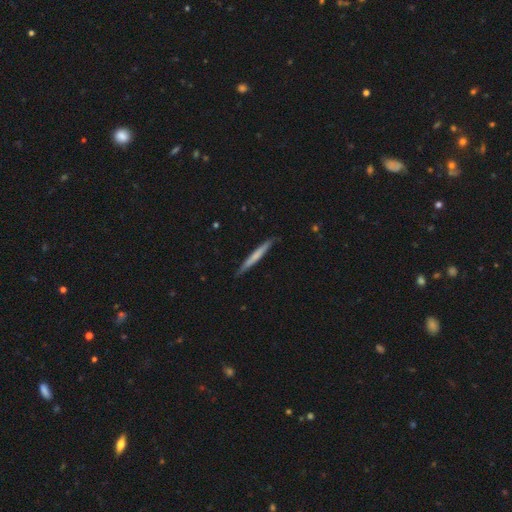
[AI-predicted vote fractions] A smooth galaxy with no disk features (57%) that is cigar-shaped (97%).

Vote fractions:
- Smooth or featured? smooth: 57% / featured or disk: 38% / star or artifact: 5%
- How rounded? cigar-shaped: 97% / in between: 2% / round: 1%
- Merging? none: 88% / minor disturbance: 9% / major disturbance: 1% / merger: 1%